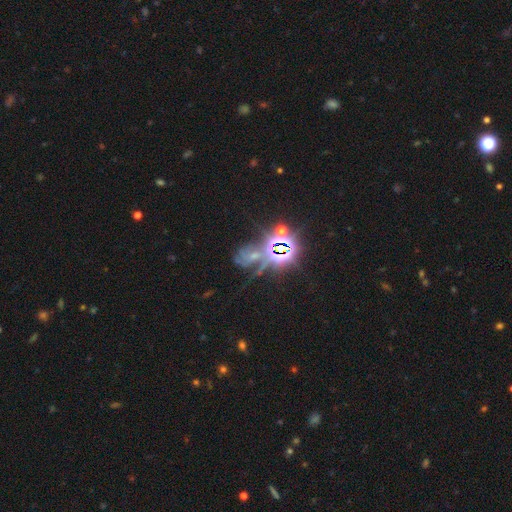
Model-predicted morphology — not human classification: smooth_or_featured: star or artifact (p=0.59) [alt: featured or disk p=0.26]